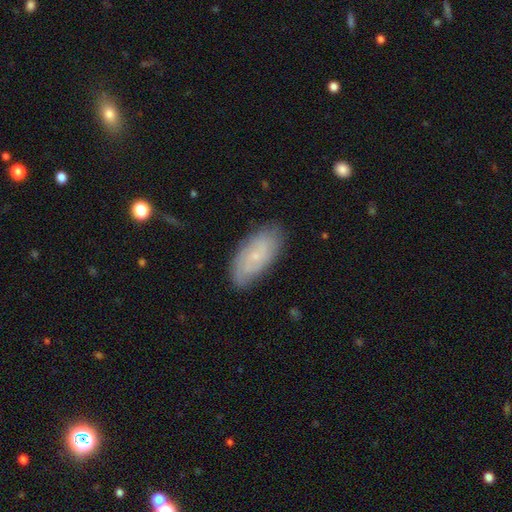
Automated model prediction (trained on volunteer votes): This appears to be a featured or disk galaxy (60%) with no bar (72%), spiral arms (86%) and a small central bulge (80%). Merging: none (78%).